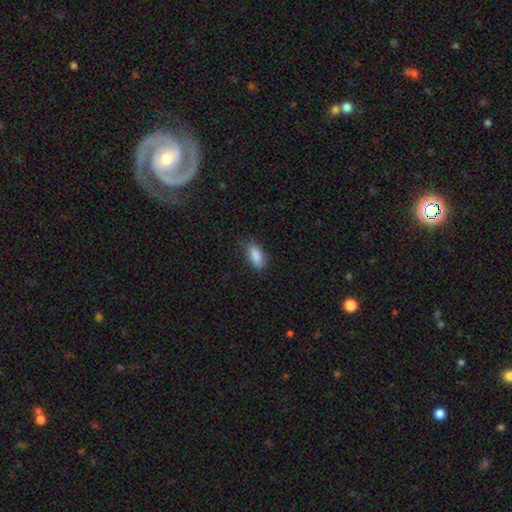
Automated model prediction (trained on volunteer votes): Morphology: type=smooth (88%); roundness=in between (85%); merging=none (74%).